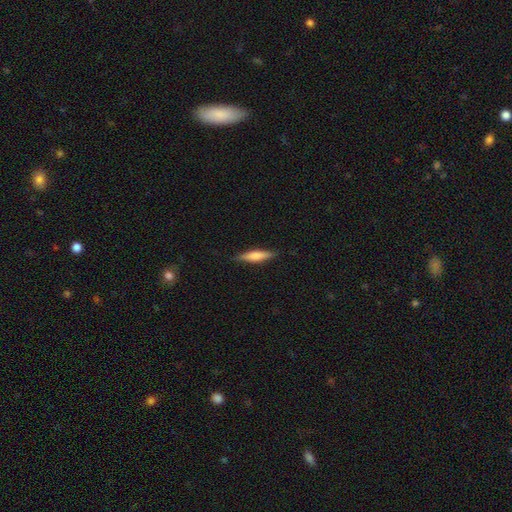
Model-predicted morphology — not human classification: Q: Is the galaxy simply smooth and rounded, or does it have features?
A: smooth — 61%.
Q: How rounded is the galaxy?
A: cigar-shaped — 80%.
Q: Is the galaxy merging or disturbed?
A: none — 87%.